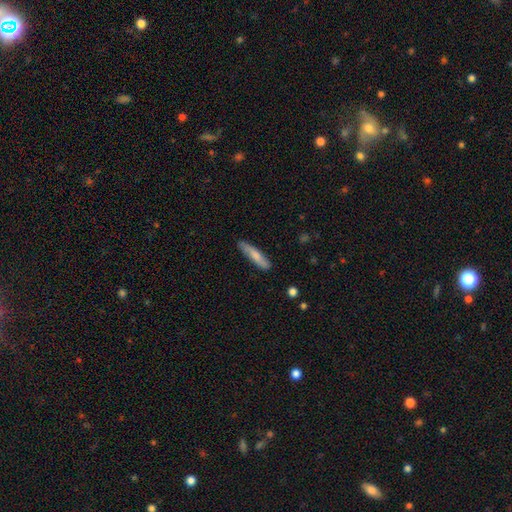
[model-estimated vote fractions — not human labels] A smooth galaxy with no disk features (73%) that is cigar-shaped (85%).

Vote fractions:
- Smooth or featured? smooth: 73% / featured or disk: 22% / star or artifact: 5%
- How rounded? cigar-shaped: 85% / in between: 14% / round: 1%
- Merging? none: 81% / minor disturbance: 15% / major disturbance: 2% / merger: 1%